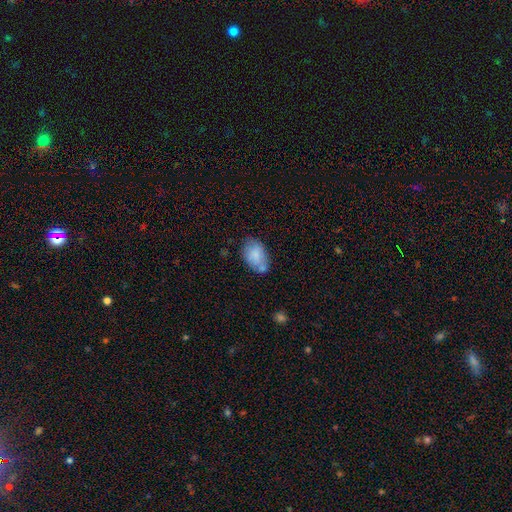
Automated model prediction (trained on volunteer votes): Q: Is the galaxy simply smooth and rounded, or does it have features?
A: smooth — 77%.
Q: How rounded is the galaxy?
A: in between — 90%.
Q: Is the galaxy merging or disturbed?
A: none — 55%.